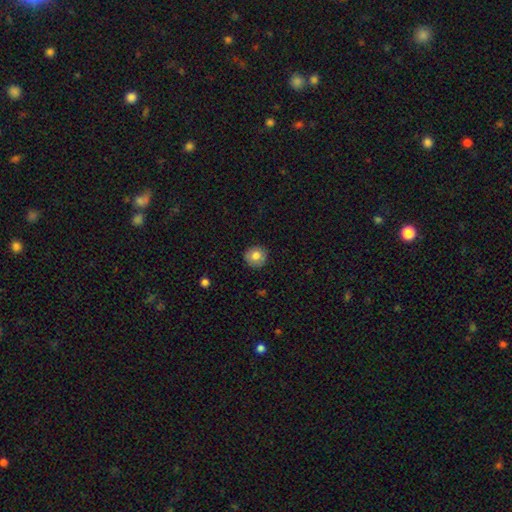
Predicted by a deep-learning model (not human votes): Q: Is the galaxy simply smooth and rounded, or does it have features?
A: smooth — 82%.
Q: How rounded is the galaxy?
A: round — 91%.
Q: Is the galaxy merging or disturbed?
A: none — 88%.